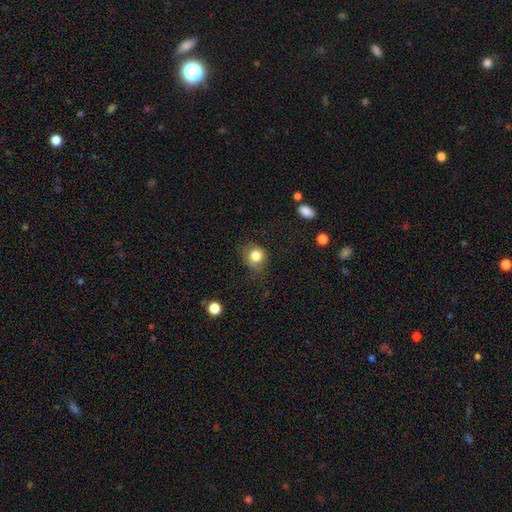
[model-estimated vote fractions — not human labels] smooth 80%, star or artifact 10%, featured or disk 10%. Down the decision tree: how rounded — round (75%); merging — none (62%).